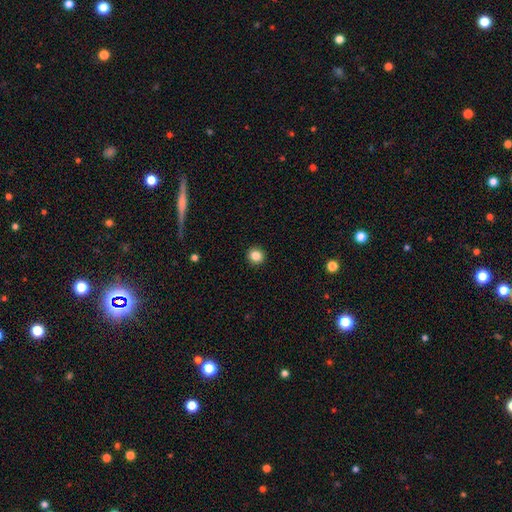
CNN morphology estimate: This appears to be a smooth galaxy with no disk features (84%) that is round (90%). Merging: none (93%).